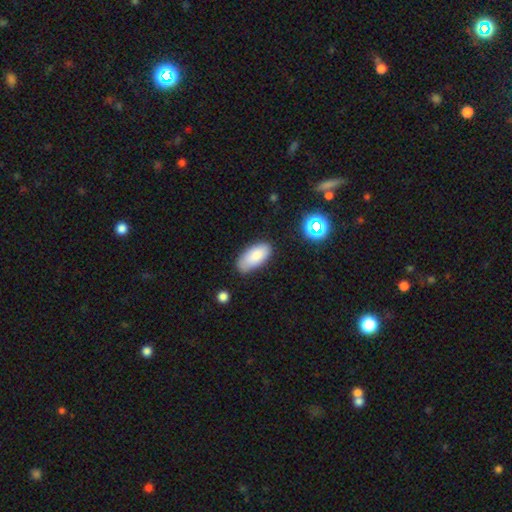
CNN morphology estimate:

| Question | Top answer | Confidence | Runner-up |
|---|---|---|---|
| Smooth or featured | smooth | 84% | star or artifact (8%) |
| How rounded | in between | 91% | cigar-shaped (6%) |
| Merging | none | 75% | minor disturbance (19%) |